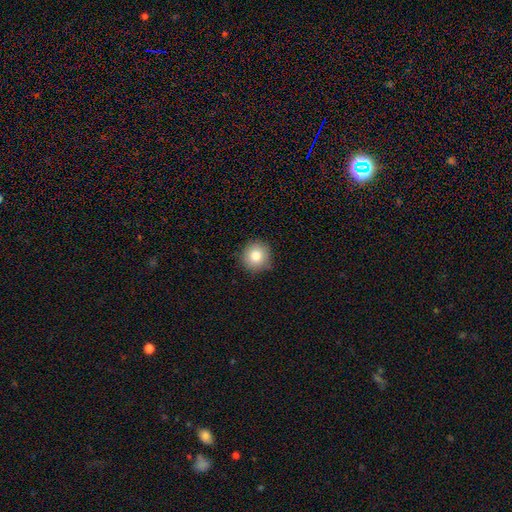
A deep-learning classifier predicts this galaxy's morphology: A smooth galaxy with no disk features (82%) that is round (94%). Merging: none (86%).